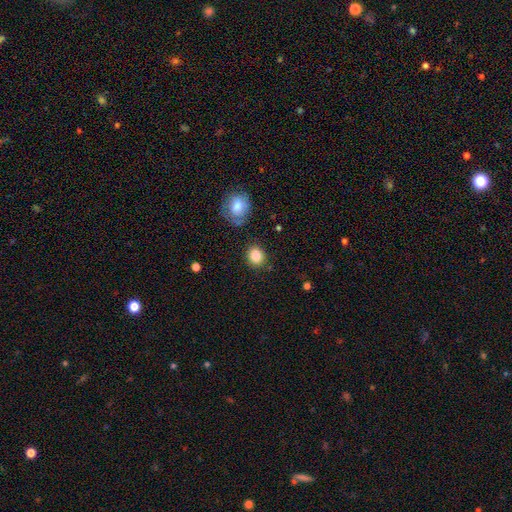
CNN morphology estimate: Smooth or featured?
  - smooth: 85% *
  - star or artifact: 9%
  - featured or disk: 5%
How rounded?
  - round: 77% *
  - in between: 22%
  - cigar-shaped: 1%
Merging?
  - none: 85% *
  - minor disturbance: 9%
  - merger: 3%
  - major disturbance: 3%